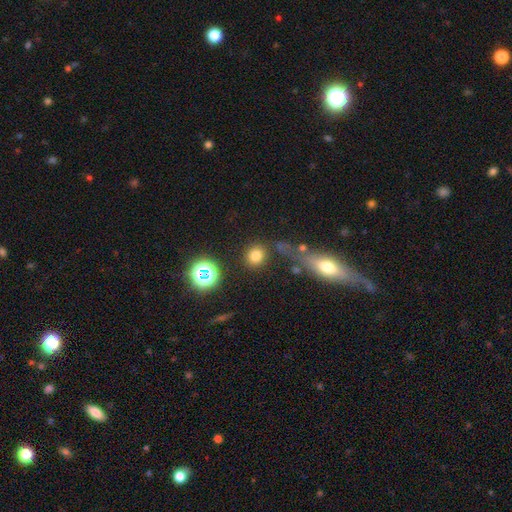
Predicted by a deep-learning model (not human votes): A smooth galaxy with no disk features (77%) that is round (83%). Merging: none (80%).